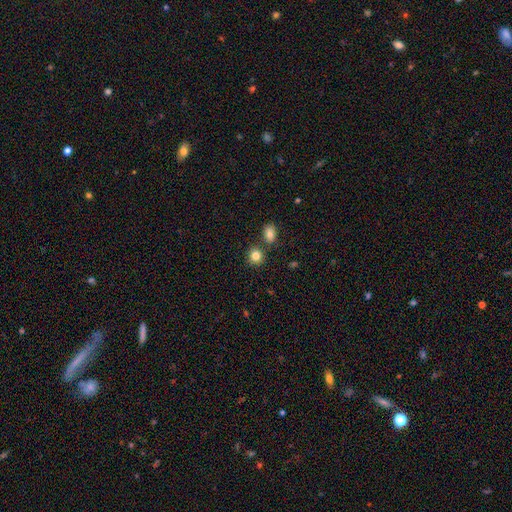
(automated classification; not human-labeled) Overall: smooth (83%). How rounded: round (84%). Merging: none (75%).